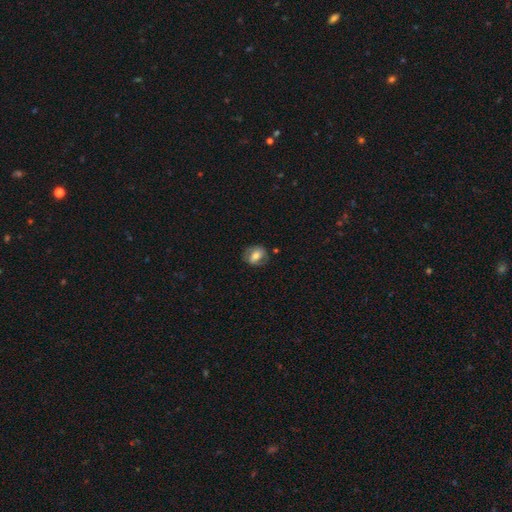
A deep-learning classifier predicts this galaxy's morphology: type=smooth (63%); roundness=in between (59%); merging=none (73%).